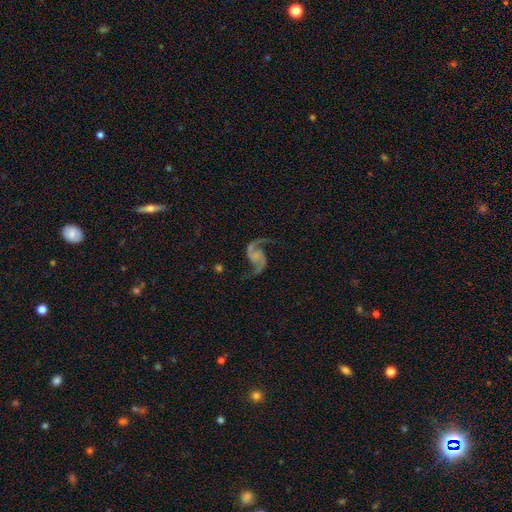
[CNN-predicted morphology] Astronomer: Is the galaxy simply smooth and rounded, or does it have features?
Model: featured or disk — 92%.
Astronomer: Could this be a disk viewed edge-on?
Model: no — 98%.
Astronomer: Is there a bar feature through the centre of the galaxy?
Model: no — 61%.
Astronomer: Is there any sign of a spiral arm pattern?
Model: yes — 98%.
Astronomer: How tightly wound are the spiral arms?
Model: loose — 66%.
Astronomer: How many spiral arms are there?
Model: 2 — 95%.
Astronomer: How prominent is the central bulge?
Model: none — 61%.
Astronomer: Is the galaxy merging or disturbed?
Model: none — 76%.